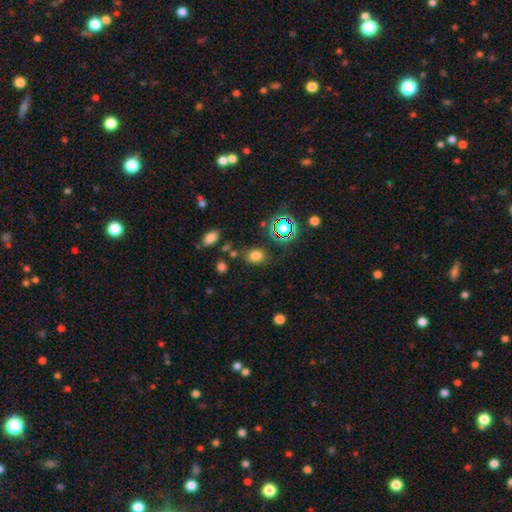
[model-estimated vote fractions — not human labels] A smooth galaxy with no disk features (74%) that is in between round and cigar-shaped (58%). Merging: none (77%).